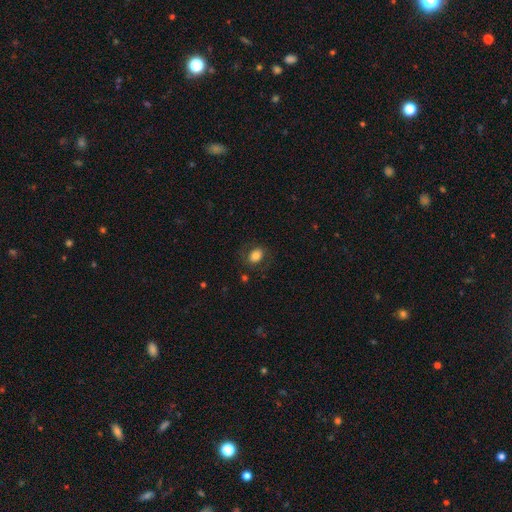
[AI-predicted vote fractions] A smooth galaxy with no disk features (78%) that is in between round and cigar-shaped (67%).

Vote fractions:
- Smooth or featured? smooth: 78% / featured or disk: 13% / star or artifact: 9%
- How rounded? in between: 67% / round: 31% / cigar-shaped: 1%
- Merging? none: 78% / minor disturbance: 14% / major disturbance: 7% / merger: 1%